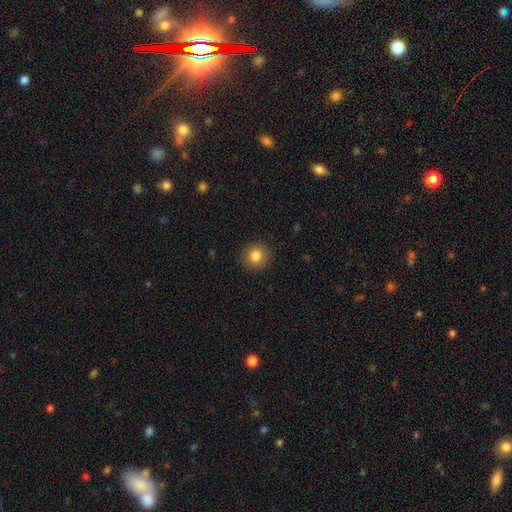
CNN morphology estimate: smooth_or_featured: smooth (p=0.83) [alt: star or artifact p=0.11]
how_rounded: round (p=0.92) [alt: in between p=0.07]
merging: none (p=0.91) [alt: minor disturbance p=0.06]